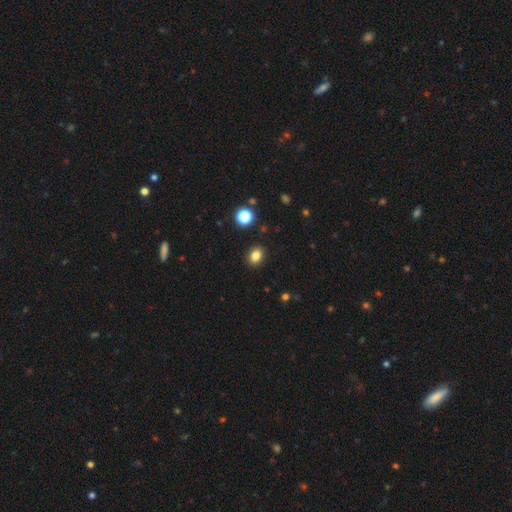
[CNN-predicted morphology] Smooth or featured: smooth — 83% (star or artifact — 12%)
How rounded: in between — 55% (round — 44%)
Merging: none — 90% (minor disturbance — 7%)